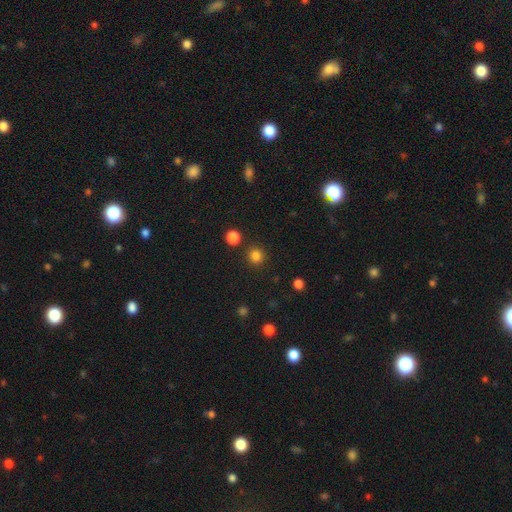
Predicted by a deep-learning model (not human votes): smooth-or-featured: smooth: 83% | star or artifact: 14% | featured or disk: 4%
  how-rounded: round: 93% | in between: 6% | cigar-shaped: 1%
  merging: none: 88% | minor disturbance: 6% | merger: 4% | major disturbance: 2%